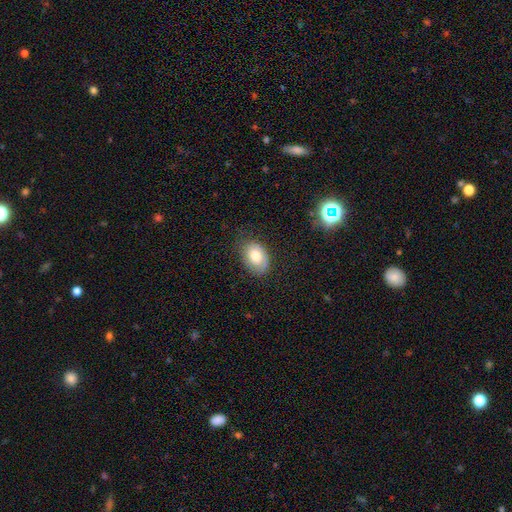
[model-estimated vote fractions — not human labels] This appears to be a smooth galaxy with no disk features (71%) that is in between round and cigar-shaped (81%). Merging: none (69%).